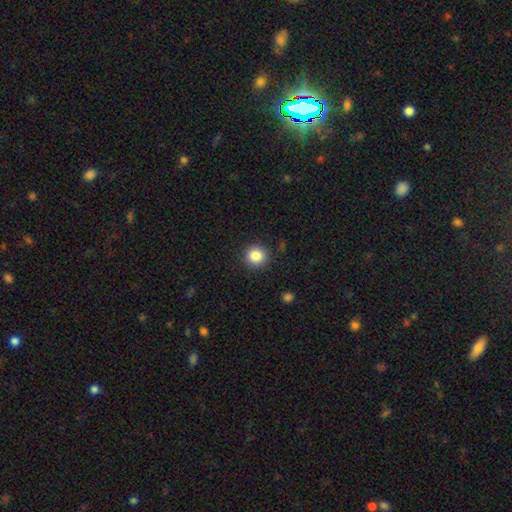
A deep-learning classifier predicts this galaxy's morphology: smooth-or-featured: smooth: 85% | star or artifact: 10% | featured or disk: 5%
  how-rounded: round: 93% | in between: 6% | cigar-shaped: 1%
  merging: none: 90% | minor disturbance: 7% | major disturbance: 2% | merger: 1%